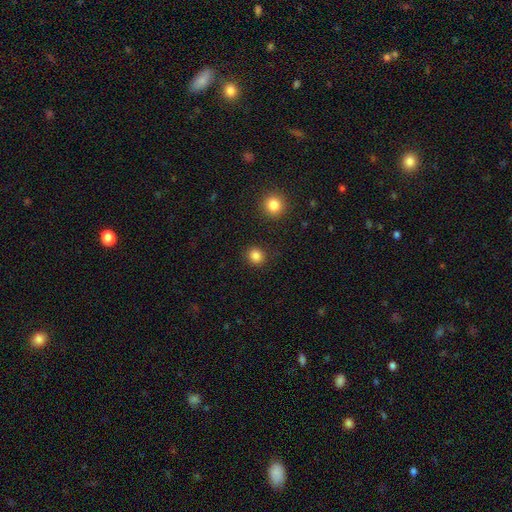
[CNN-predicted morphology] A smooth galaxy with no disk features (84%) that is round (85%).

Vote fractions:
- Smooth or featured? smooth: 84% / star or artifact: 12% / featured or disk: 4%
- How rounded? round: 85% / in between: 14% / cigar-shaped: 1%
- Merging? none: 89% / minor disturbance: 6% / major disturbance: 3% / merger: 2%